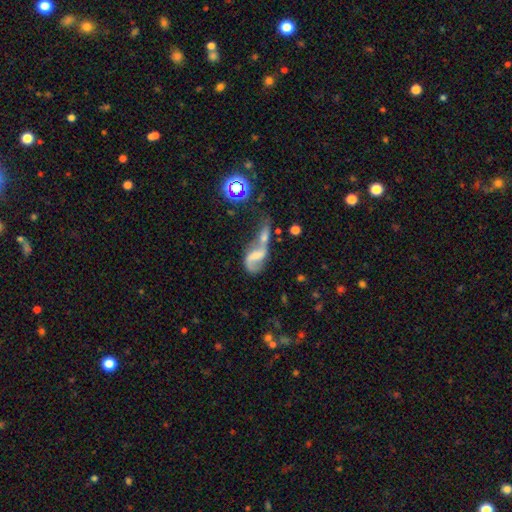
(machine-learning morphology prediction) This is likely a featured or disk galaxy (65%). It is clearly not viewed edge-on (96%). Bar: marginally no (42%). Spiral arm pattern: clearly yes (81%). Spiral arm count: likely 2 (76%). Spiral winding: likely loose (70%). Central bulge: possibly none (46%). Merging: possibly merger (58%).